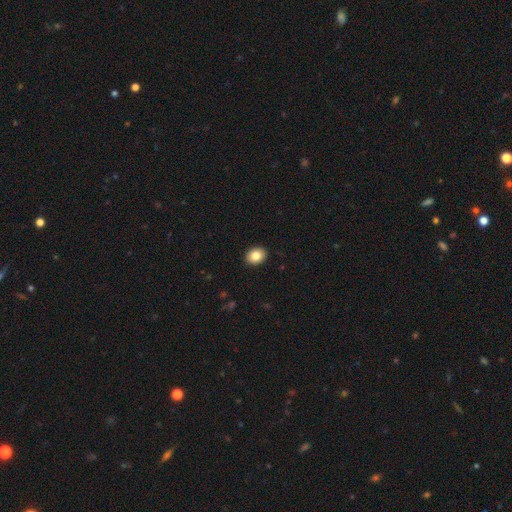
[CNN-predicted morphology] A smooth galaxy with no disk features (84%) that is in between round and cigar-shaped (53%).

Vote fractions:
- Smooth or featured? smooth: 84% / star or artifact: 9% / featured or disk: 8%
- How rounded? in between: 53% / round: 46% / cigar-shaped: 1%
- Merging? none: 91% / minor disturbance: 6% / major disturbance: 2% / merger: 1%